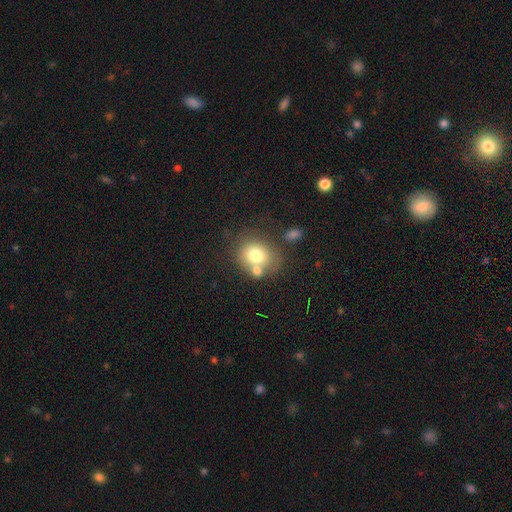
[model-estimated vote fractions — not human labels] A smooth galaxy with no disk features (72%) that is round (64%).

Vote fractions:
- Smooth or featured? smooth: 72% / featured or disk: 17% / star or artifact: 10%
- How rounded? round: 64% / in between: 35% / cigar-shaped: 1%
- Merging? none: 49% / merger: 31% / minor disturbance: 14% / major disturbance: 6%